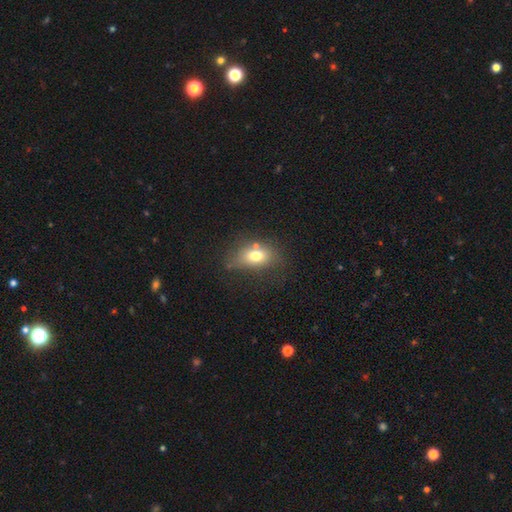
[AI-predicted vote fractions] This is likely a smooth galaxy (71%). How rounded: likely in between (75%). Merging: possibly none (55%).